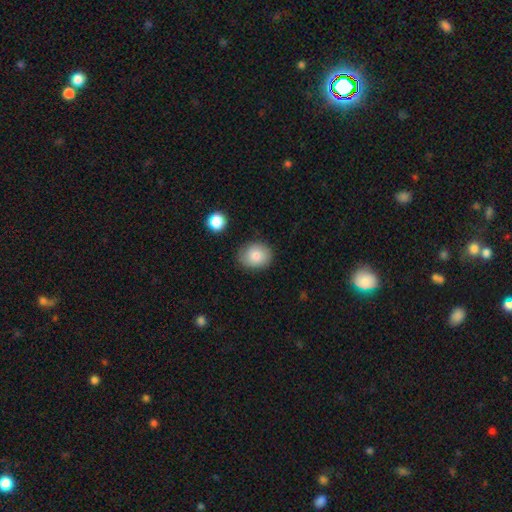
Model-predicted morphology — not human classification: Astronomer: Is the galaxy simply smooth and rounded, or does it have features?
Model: smooth — 82%.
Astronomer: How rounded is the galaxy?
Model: round — 59% (runner-up: in between, 40%).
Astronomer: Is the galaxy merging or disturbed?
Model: none — 82%.